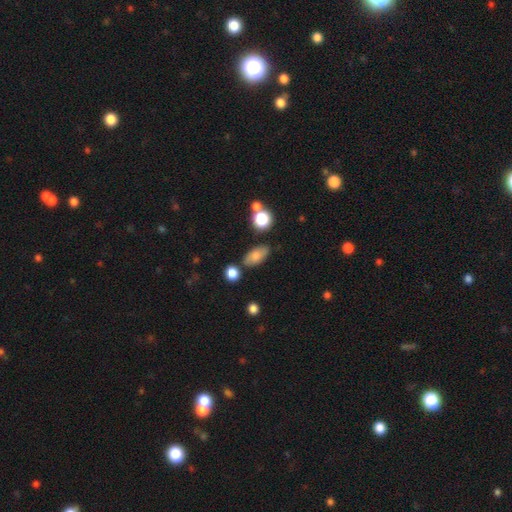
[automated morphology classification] The model was most divided on "merging": none: 76%, minor disturbance: 14%, merger: 6%, major disturbance: 4%. More confident: how rounded — in between (86%); smooth or featured — smooth (76%).